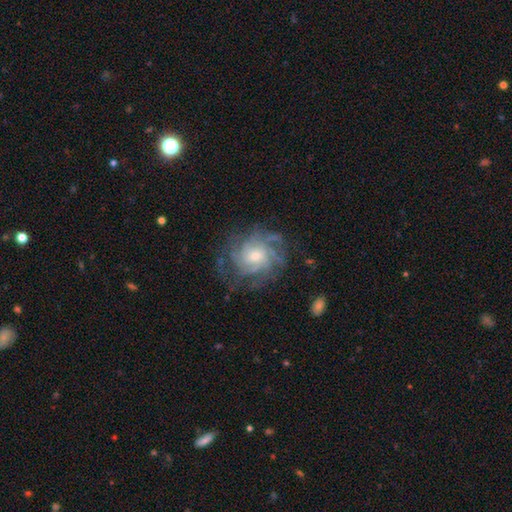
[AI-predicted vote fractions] smooth_or_featured: featured or disk (p=0.82) [alt: smooth p=0.11]
disk_edge_on: no (p=0.97) [alt: yes p=0.03]
bar: no (p=0.70) [alt: weak p=0.26]
has_spiral_arms: yes (p=0.94) [alt: no p=0.06]
spiral_winding: tight (p=0.61) [alt: medium p=0.30]
spiral_arm_count: can't tell (p=0.37) [alt: 4 p=0.22]
bulge_size: small (p=0.47) [alt: moderate p=0.45]
merging: none (p=0.72) [alt: minor disturbance p=0.16]